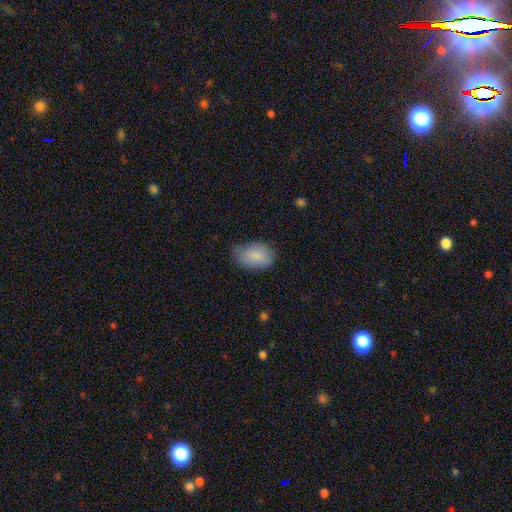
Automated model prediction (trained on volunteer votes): Smooth or featured?
  - smooth: 86% *
  - featured or disk: 8%
  - star or artifact: 7%
How rounded?
  - in between: 89% *
  - round: 9%
  - cigar-shaped: 1%
Merging?
  - none: 69% *
  - minor disturbance: 25%
  - major disturbance: 5%
  - merger: 1%